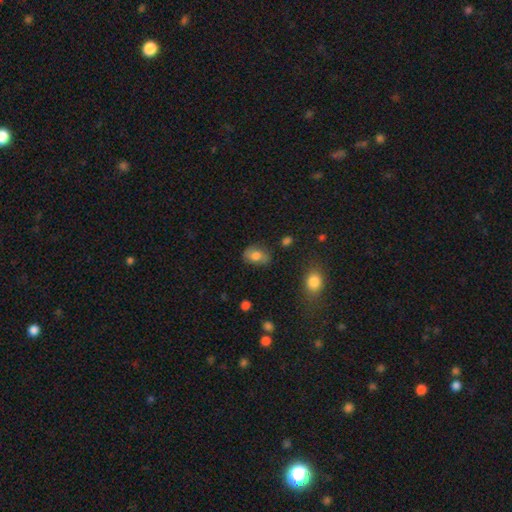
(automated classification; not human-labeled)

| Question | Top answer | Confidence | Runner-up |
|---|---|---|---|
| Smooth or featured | smooth | 73% | featured or disk (17%) |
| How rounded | in between | 77% | round (21%) |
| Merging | none | 67% | minor disturbance (24%) |